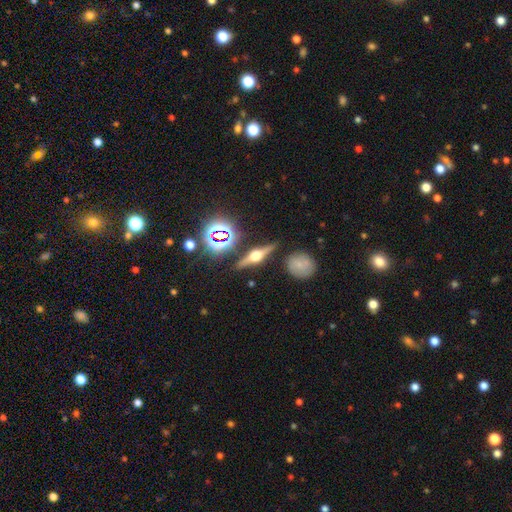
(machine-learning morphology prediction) type=featured or disk (73%); edge-on=yes (96%); edge-on bulge=rounded (95%); merging=none (87%).